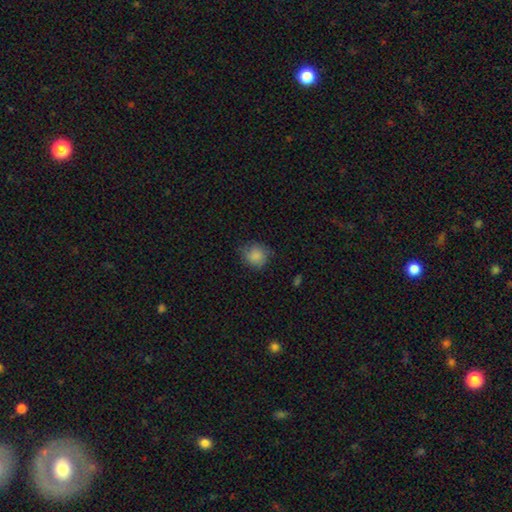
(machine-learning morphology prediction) Smooth or featured: smooth — 85% (star or artifact — 9%)
How rounded: round — 86% (in between — 13%)
Merging: none — 73% (minor disturbance — 21%)